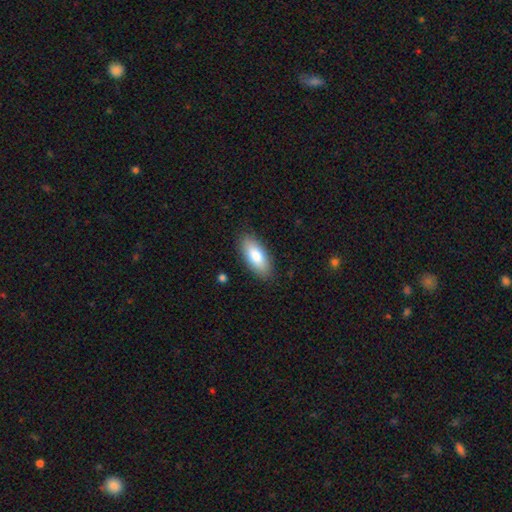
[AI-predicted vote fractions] Smooth or featured?
  - smooth: 83% *
  - featured or disk: 12%
  - star or artifact: 6%
How rounded?
  - in between: 85% *
  - cigar-shaped: 13%
  - round: 2%
Merging?
  - none: 86% *
  - minor disturbance: 10%
  - major disturbance: 2%
  - merger: 1%